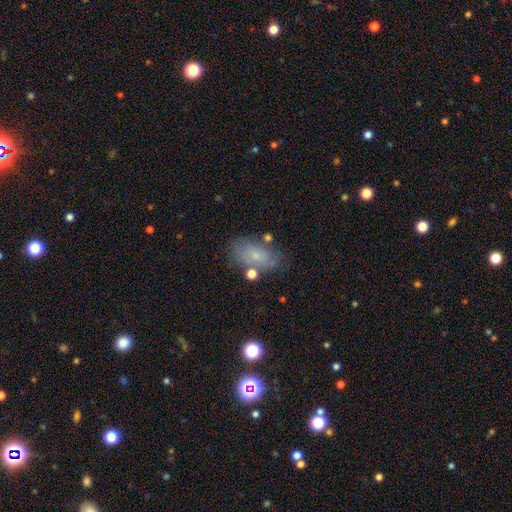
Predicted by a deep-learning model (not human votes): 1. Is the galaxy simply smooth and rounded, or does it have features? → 62% smooth, 29% featured or disk, 10% star or artifact.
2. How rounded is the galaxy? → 88% in between, 9% round, 3% cigar-shaped.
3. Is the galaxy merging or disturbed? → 66% none, 20% minor disturbance, 7% merger, 7% major disturbance.